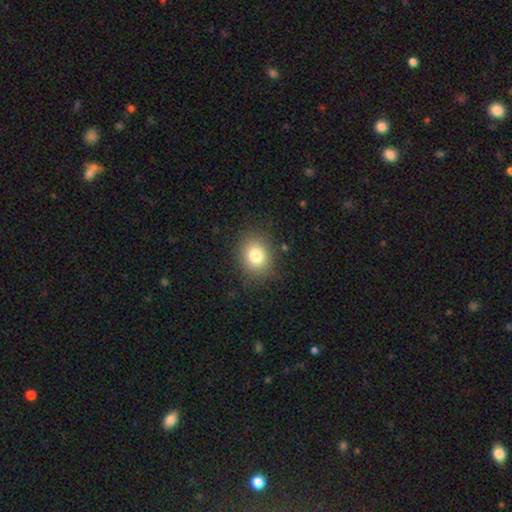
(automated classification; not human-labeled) Morphology: type=smooth (80%); roundness=round (56%); merging=none (85%).